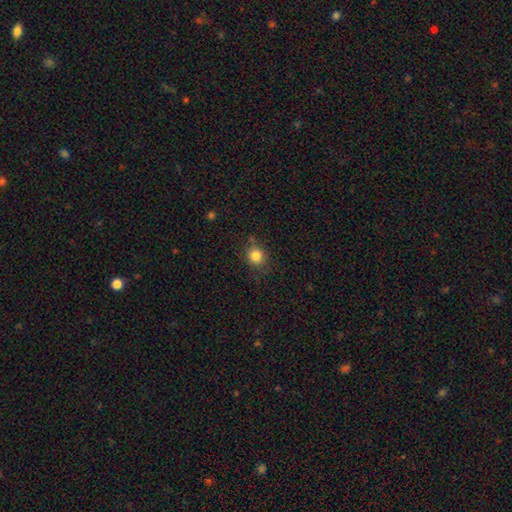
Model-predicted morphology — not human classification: type=smooth (83%); roundness=round (86%); merging=none (77%).